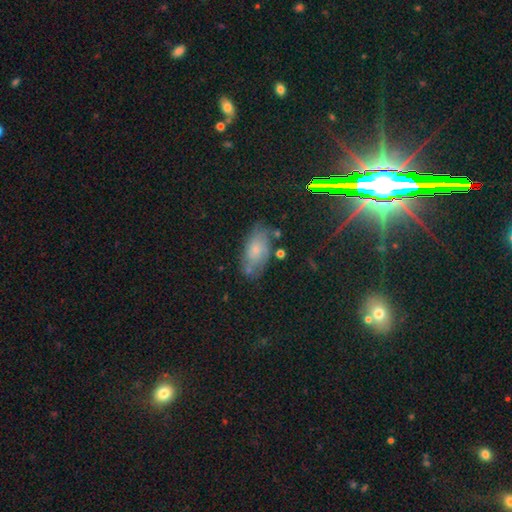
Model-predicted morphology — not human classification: smooth-or-featured: smooth: 47% | featured or disk: 29% | star or artifact: 24%
  merging: none: 67% | minor disturbance: 22% | major disturbance: 7% | merger: 5%